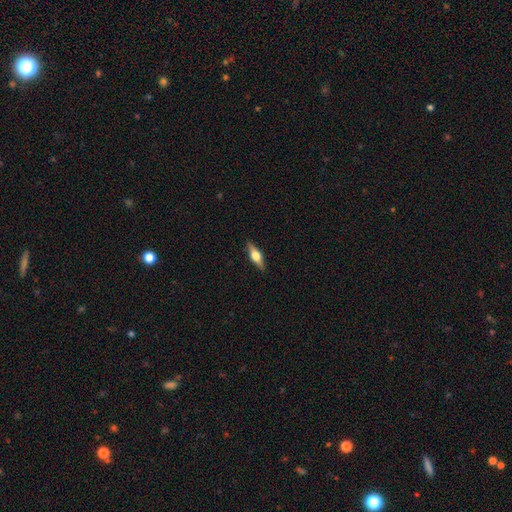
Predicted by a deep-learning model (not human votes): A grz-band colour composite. It shows a featured or disk galaxy (55%) viewed edge-on (94%) with a rounded central bulge (93%). Merging: none (89%).